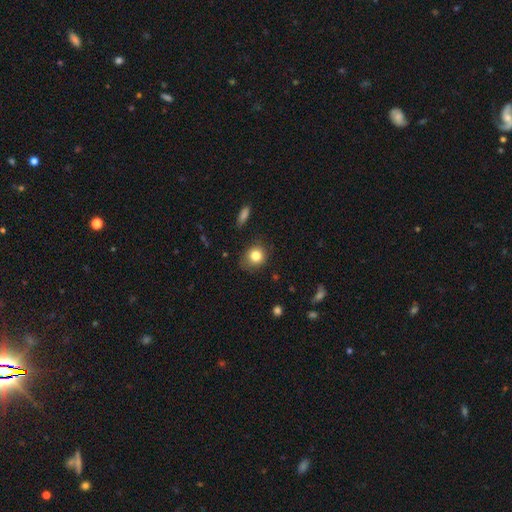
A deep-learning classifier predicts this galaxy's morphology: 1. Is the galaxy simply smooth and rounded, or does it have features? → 82% smooth, 10% star or artifact, 7% featured or disk.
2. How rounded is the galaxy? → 75% round, 24% in between, 1% cigar-shaped.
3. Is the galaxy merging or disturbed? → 76% none, 18% minor disturbance, 4% major disturbance, 2% merger.